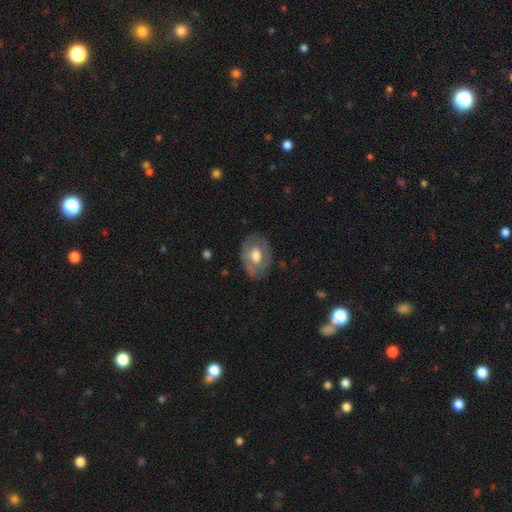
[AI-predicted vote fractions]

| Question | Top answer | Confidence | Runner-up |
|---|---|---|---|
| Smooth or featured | smooth | 48% | featured or disk (46%) |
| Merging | none | 74% | minor disturbance (19%) |